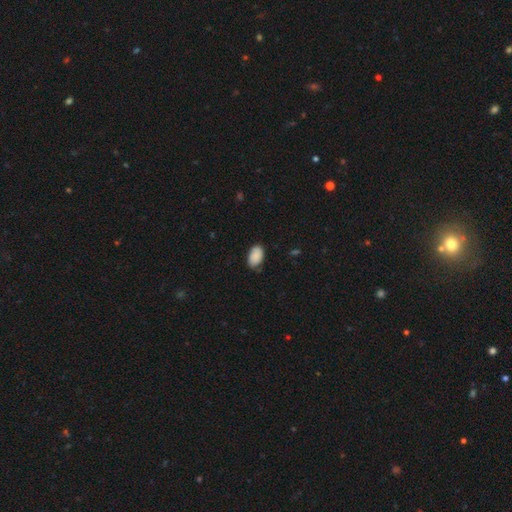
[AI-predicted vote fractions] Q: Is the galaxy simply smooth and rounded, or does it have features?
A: smooth — 86%.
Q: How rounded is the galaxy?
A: in between — 93%.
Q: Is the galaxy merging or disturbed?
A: none — 74%.